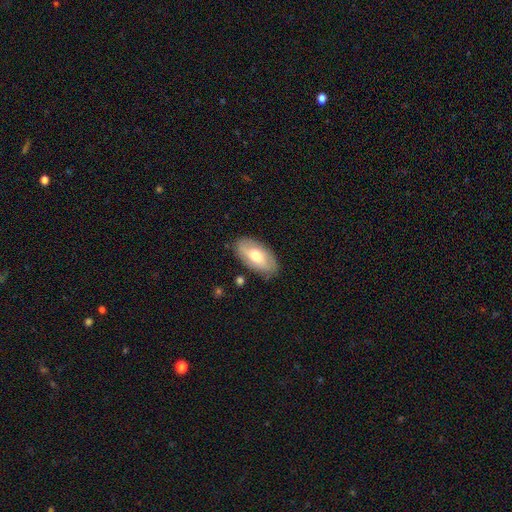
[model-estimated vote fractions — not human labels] Smooth or featured? Predicted: smooth (p=0.58). How rounded? Predicted: in between (p=0.93). Merging? Predicted: none (p=0.82).